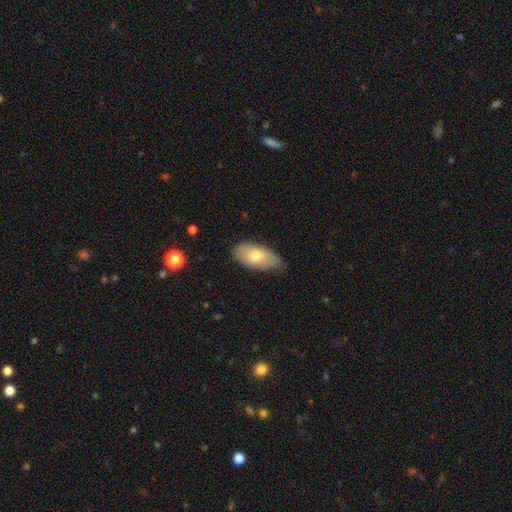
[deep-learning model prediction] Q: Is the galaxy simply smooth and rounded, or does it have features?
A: smooth — 73%.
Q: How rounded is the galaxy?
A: in between — 92%.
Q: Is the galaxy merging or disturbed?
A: none — 66%.